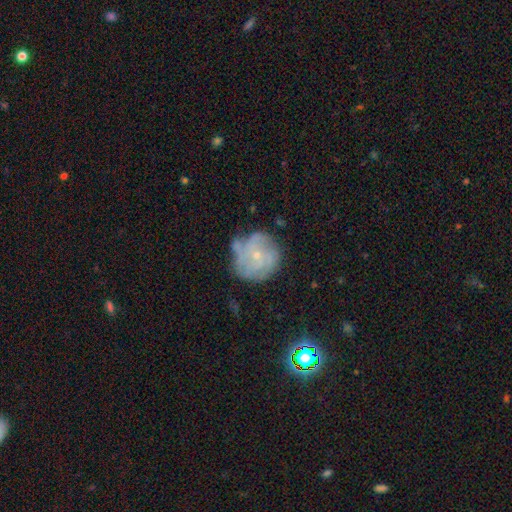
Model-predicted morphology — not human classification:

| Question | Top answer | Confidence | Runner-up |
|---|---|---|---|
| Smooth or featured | featured or disk | 58% | smooth (30%) |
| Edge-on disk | no | 97% | yes (3%) |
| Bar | no | 83% | weak (14%) |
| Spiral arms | yes | 67% | no (33%) |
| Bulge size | small | 82% | moderate (14%) |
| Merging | none | 61% | minor disturbance (23%) |